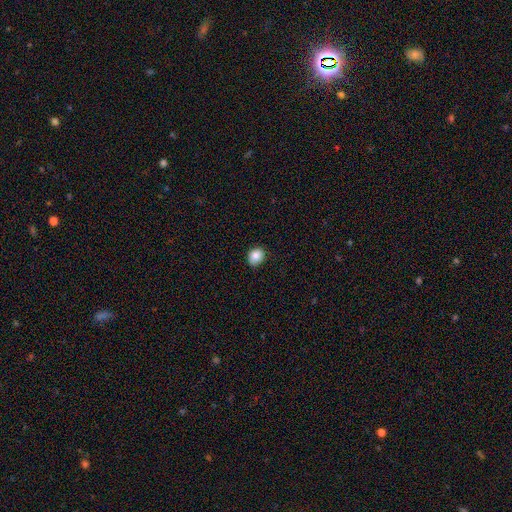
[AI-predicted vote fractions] Smooth or featured? smooth (85%)
How rounded? round (55%)
Merging? none (81%)